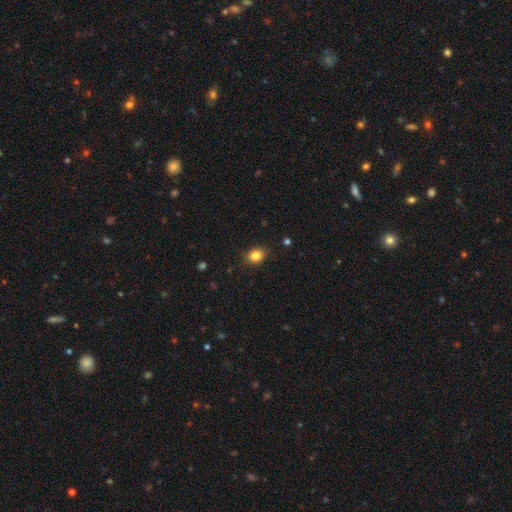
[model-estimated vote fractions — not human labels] A smooth galaxy with no disk features (84%) that is round (55%).

Vote fractions:
- Smooth or featured? smooth: 84% / star or artifact: 10% / featured or disk: 6%
- How rounded? round: 55% / in between: 45% / cigar-shaped: 1%
- Merging? none: 86% / minor disturbance: 10% / major disturbance: 2% / merger: 1%